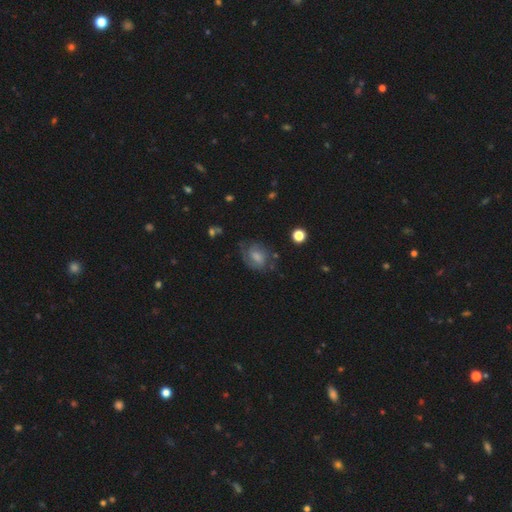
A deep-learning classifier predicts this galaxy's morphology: smooth_or_featured: featured or disk (p=0.59) [alt: smooth p=0.26]
disk_edge_on: no (p=0.96) [alt: yes p=0.04]
bar: weak (p=0.45) [tied with: no p=0.45]
has_spiral_arms: yes (p=0.87) [alt: no p=0.13]
spiral_winding: tight (p=0.43) [alt: medium p=0.42]
spiral_arm_count: 2 (p=0.59) [alt: can't tell p=0.24]
bulge_size: moderate (p=0.43) [alt: small p=0.33]
merging: none (p=0.69) [alt: minor disturbance p=0.19]